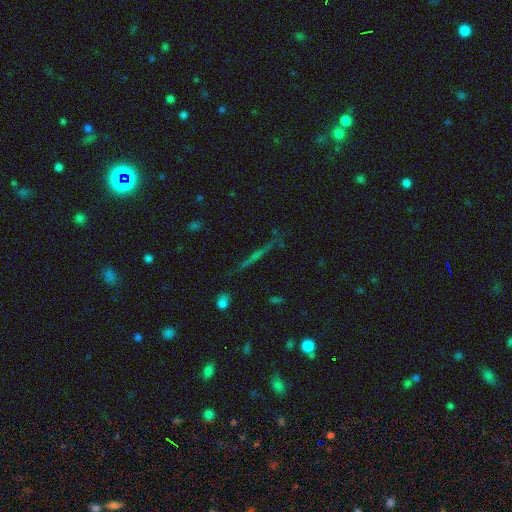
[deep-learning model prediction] Smooth or featured?
  - featured or disk: 55% *
  - smooth: 24%
  - star or artifact: 20%
Edge-on disk?
  - yes: 94% *
  - no: 6%
Edge-on bulge?
  - none: 59% *
  - rounded: 31%
  - boxy: 10%
Merging?
  - none: 86% *
  - minor disturbance: 9%
  - major disturbance: 3%
  - merger: 2%